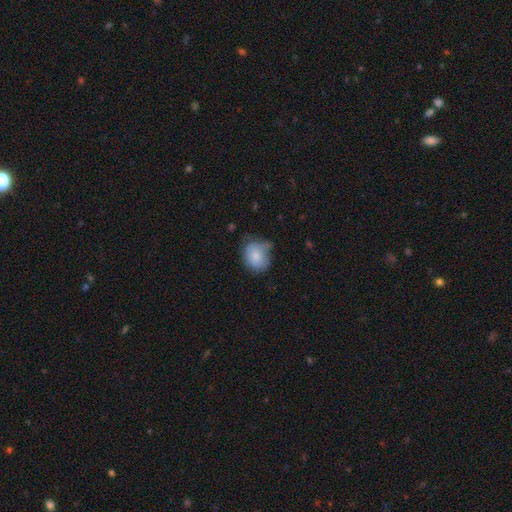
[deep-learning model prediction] Morphology: type=smooth (78%); roundness=round (52%); merging=none (45%).